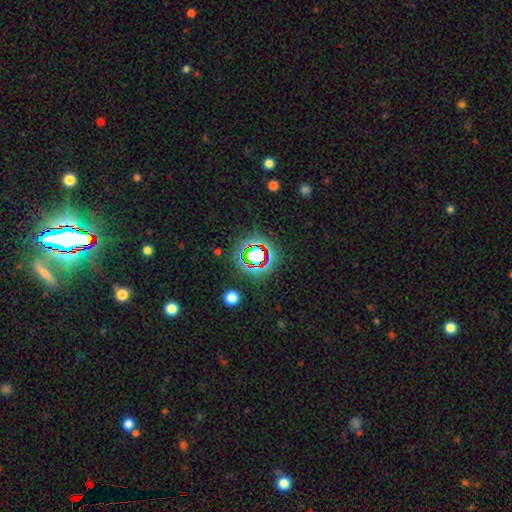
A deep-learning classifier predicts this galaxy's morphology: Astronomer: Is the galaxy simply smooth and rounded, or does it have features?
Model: star or artifact — 67%.